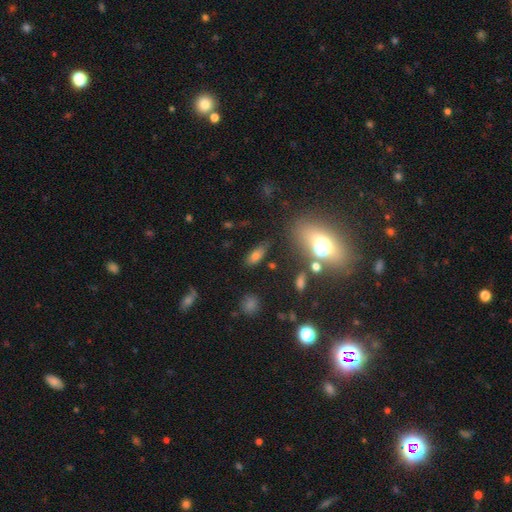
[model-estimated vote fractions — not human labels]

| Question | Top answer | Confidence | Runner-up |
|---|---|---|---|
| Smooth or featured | smooth | 64% | star or artifact (19%) |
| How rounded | in between | 72% | cigar-shaped (20%) |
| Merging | none | 74% | minor disturbance (14%) |